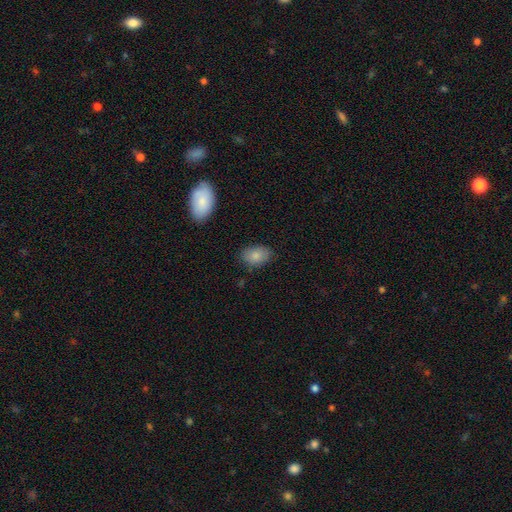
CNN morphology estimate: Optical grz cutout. It shows a smooth galaxy with no disk features (84%) that is in between round and cigar-shaped (82%). Merging: none (81%).